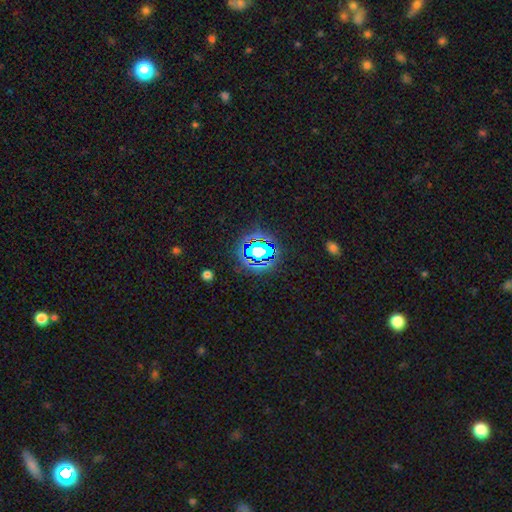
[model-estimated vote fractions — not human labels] The model was most divided on "smooth or featured": star or artifact: 75%, smooth: 16%, featured or disk: 9%.